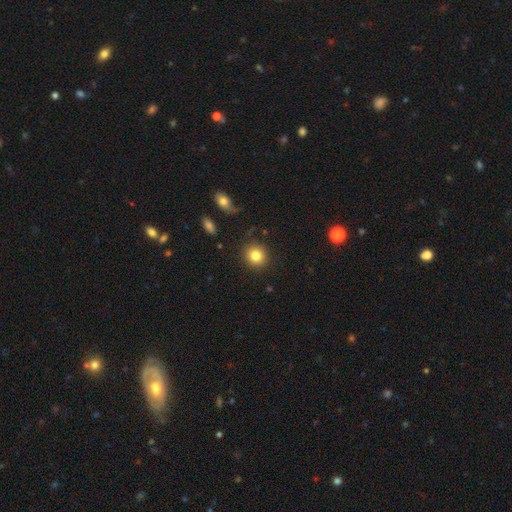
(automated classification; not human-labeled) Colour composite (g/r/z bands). It shows a smooth galaxy with no disk features (83%) that is round (89%). Merging: none (89%).